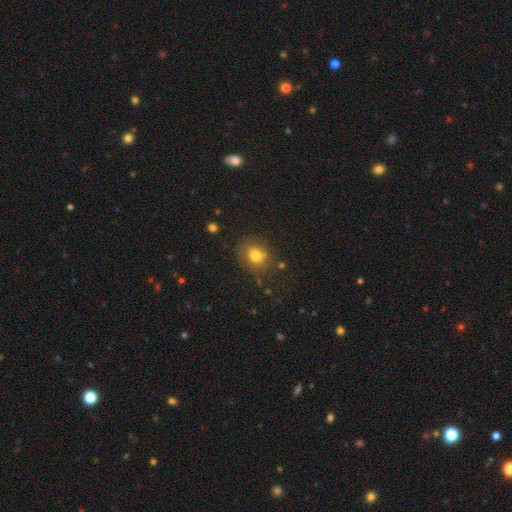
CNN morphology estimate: A smooth galaxy with no disk features (78%) that is round (69%). Merging: none (76%).